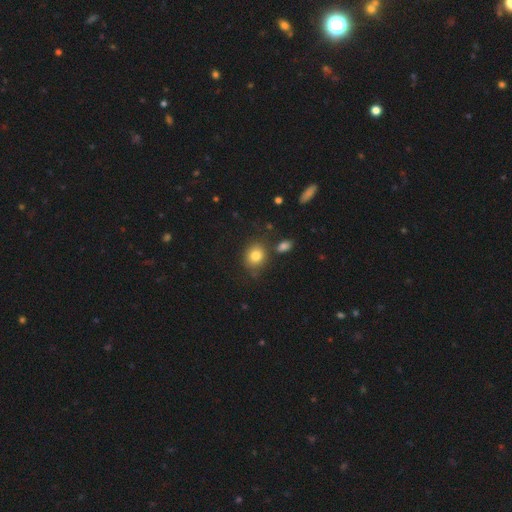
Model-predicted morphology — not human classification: This is clearly a smooth galaxy (81%). How rounded: likely round (65%). Merging: likely none (74%).